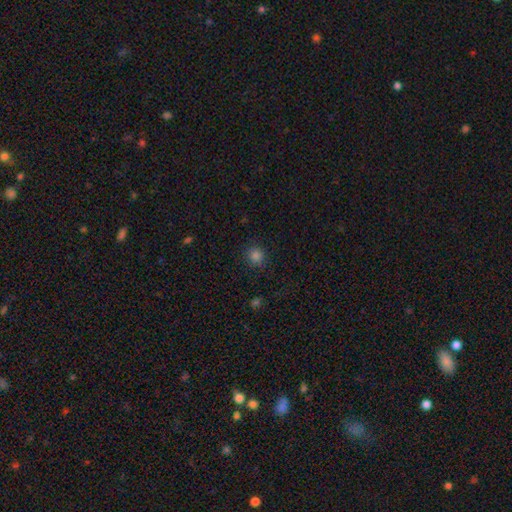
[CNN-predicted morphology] A smooth galaxy with no disk features (81%) that is round (91%).

Vote fractions:
- Smooth or featured? smooth: 81% / star or artifact: 15% / featured or disk: 4%
- How rounded? round: 91% / in between: 8% / cigar-shaped: 1%
- Merging? none: 89% / minor disturbance: 7% / major disturbance: 2% / merger: 1%